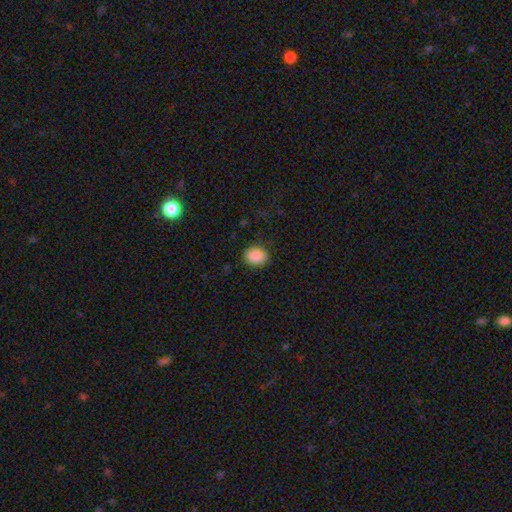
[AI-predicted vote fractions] Smooth or featured?
  - smooth: 88% *
  - star or artifact: 8%
  - featured or disk: 4%
How rounded?
  - round: 61% *
  - in between: 38%
  - cigar-shaped: 1%
Merging?
  - none: 86% *
  - minor disturbance: 10%
  - major disturbance: 3%
  - merger: 1%